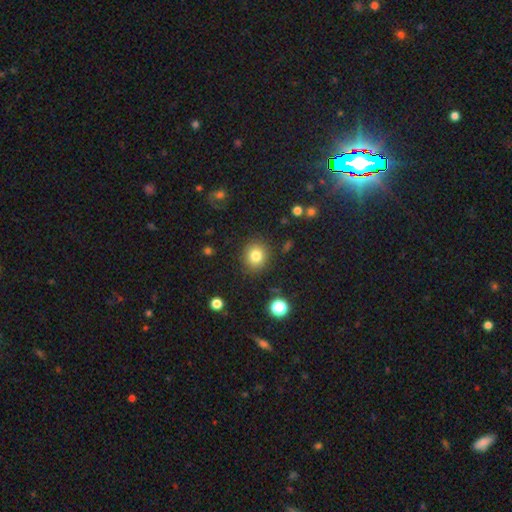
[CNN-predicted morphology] Q: Smooth or featured?
A: smooth (81%); runner-up: star or artifact (11%)
Q: How rounded?
A: round (80%); runner-up: in between (20%)
Q: Merging?
A: none (87%); runner-up: minor disturbance (8%)